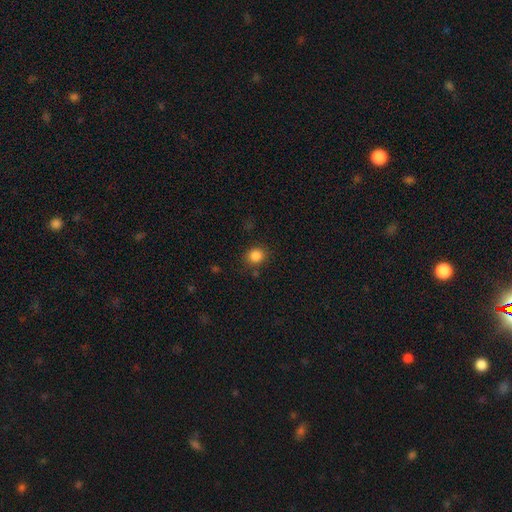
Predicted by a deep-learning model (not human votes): This appears to be a smooth galaxy with no disk features (85%) that is round (81%). Merging: none (84%).